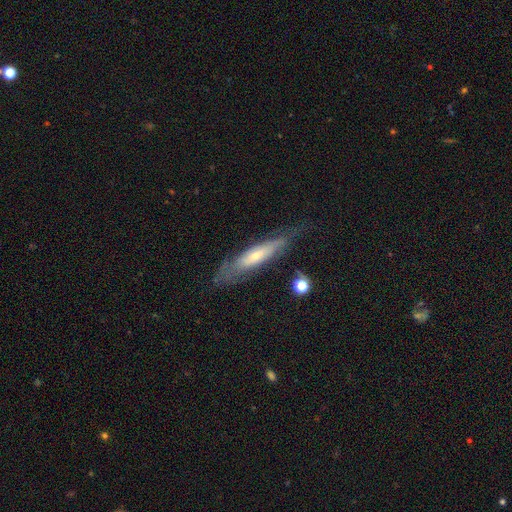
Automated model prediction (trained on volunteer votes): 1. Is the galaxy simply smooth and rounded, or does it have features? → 57% featured or disk, 36% smooth, 7% star or artifact.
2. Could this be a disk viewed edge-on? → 56% yes, 44% no.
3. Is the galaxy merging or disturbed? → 65% none, 23% minor disturbance, 11% major disturbance, 2% merger.